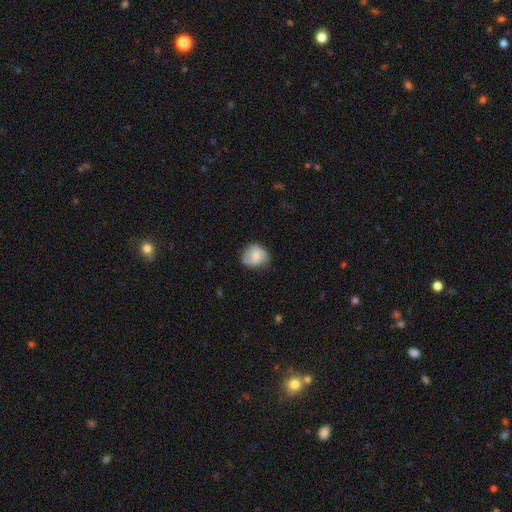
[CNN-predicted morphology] smooth-or-featured: smooth: 66% | featured or disk: 27% | star or artifact: 8%
  how-rounded: round: 73% | in between: 26% | cigar-shaped: 1%
  merging: none: 62% | minor disturbance: 28% | major disturbance: 8% | merger: 2%